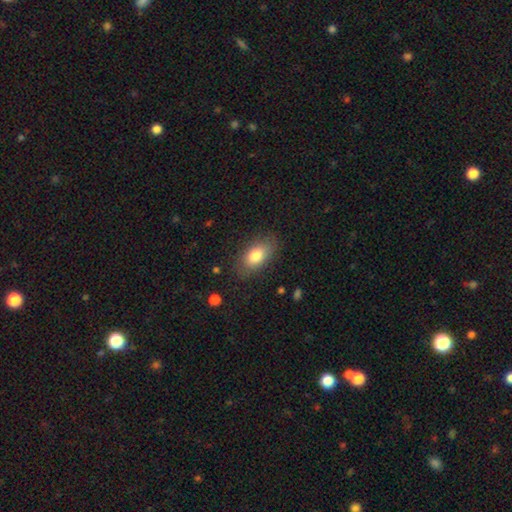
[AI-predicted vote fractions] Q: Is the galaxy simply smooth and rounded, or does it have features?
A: smooth — 79%.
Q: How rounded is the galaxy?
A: in between — 90%.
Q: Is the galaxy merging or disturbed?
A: none — 82%.